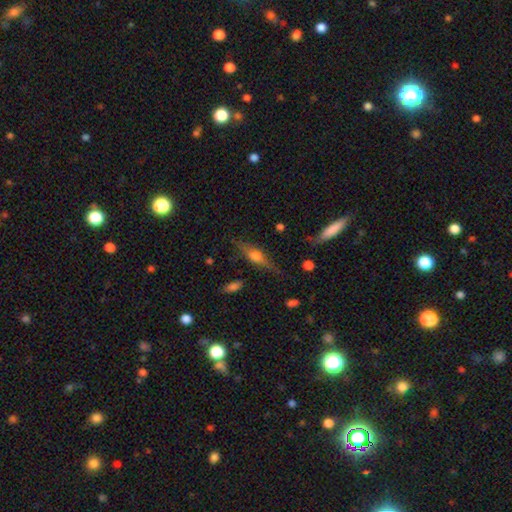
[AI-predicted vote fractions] Morphology: type=featured or disk (61%); edge-on=yes (93%); edge-on bulge=rounded (88%); merging=none (78%).